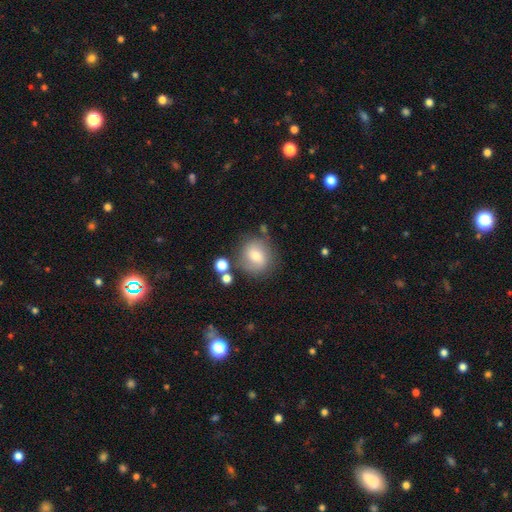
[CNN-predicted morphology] smooth_or_featured: smooth (p=0.63) [alt: featured or disk p=0.27]
how_rounded: round (p=0.80) [alt: in between p=0.19]
merging: none (p=0.72) [alt: minor disturbance p=0.15]